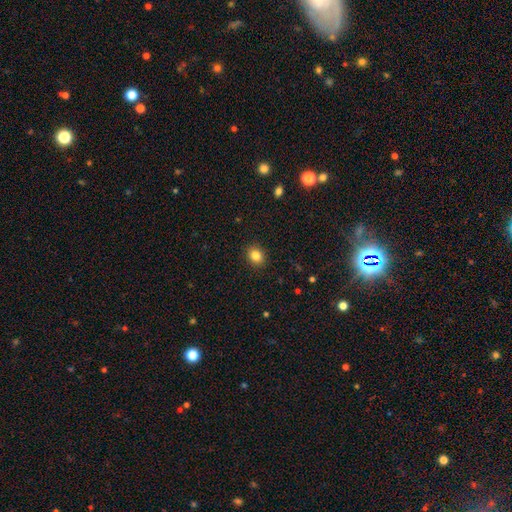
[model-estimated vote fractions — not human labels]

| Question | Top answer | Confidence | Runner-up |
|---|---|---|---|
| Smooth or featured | smooth | 84% | star or artifact (10%) |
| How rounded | round | 57% | in between (42%) |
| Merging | none | 91% | minor disturbance (6%) |